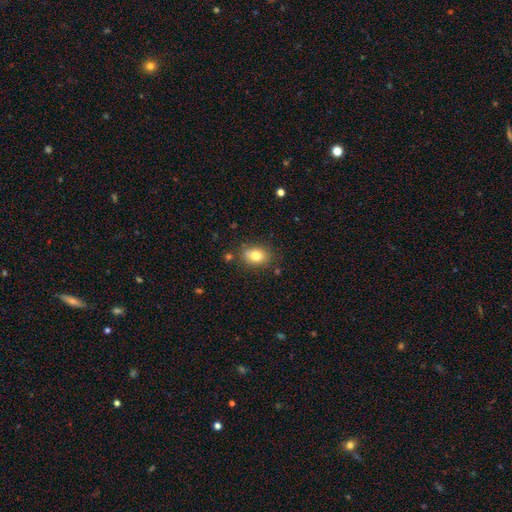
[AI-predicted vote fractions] This is likely a smooth galaxy (79%). How rounded: likely in between (69%). Merging: likely none (78%).